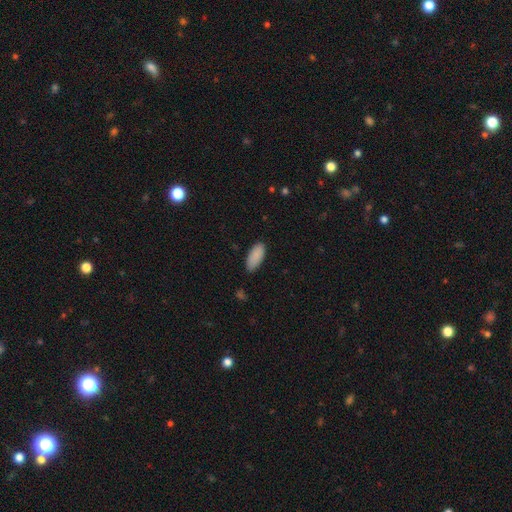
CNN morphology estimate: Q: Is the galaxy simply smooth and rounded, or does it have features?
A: smooth — 89%.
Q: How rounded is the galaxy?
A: in between — 88%.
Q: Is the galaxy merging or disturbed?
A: none — 78%.